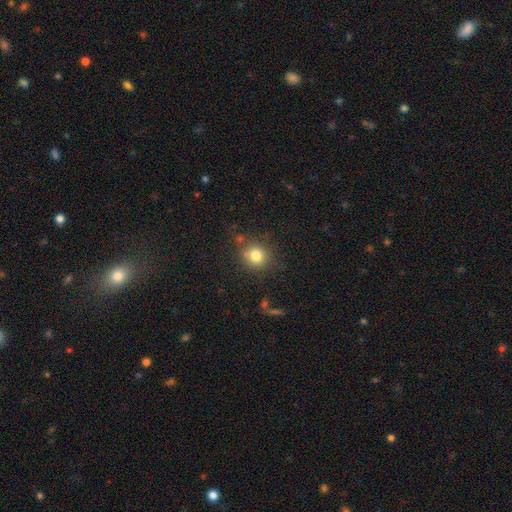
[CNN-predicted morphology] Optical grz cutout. It shows a smooth galaxy with no disk features (80%) that is round (88%). Merging: none (78%).